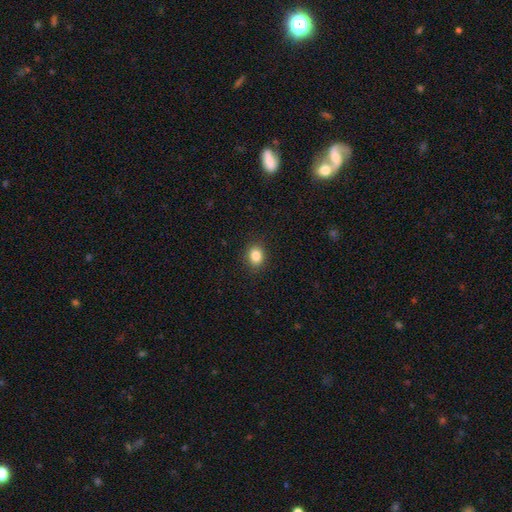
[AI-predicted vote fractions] smooth 85%, star or artifact 10%, featured or disk 5%. Down the decision tree: how rounded — round (52%); merging — none (89%).